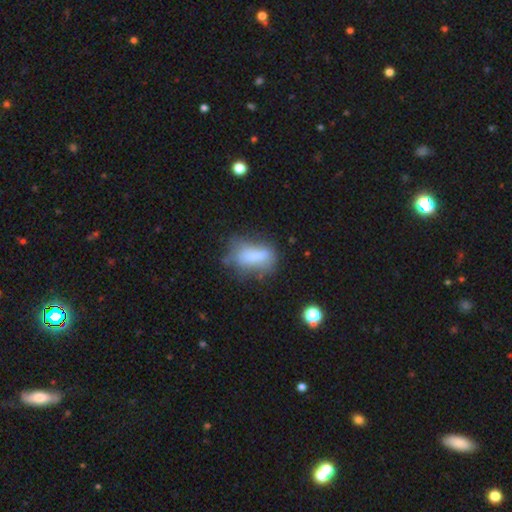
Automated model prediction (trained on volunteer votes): The model was most divided on "merging": none: 48%, minor disturbance: 29%, major disturbance: 16%, merger: 6%. More confident: how rounded — in between (78%); smooth or featured — smooth (66%).